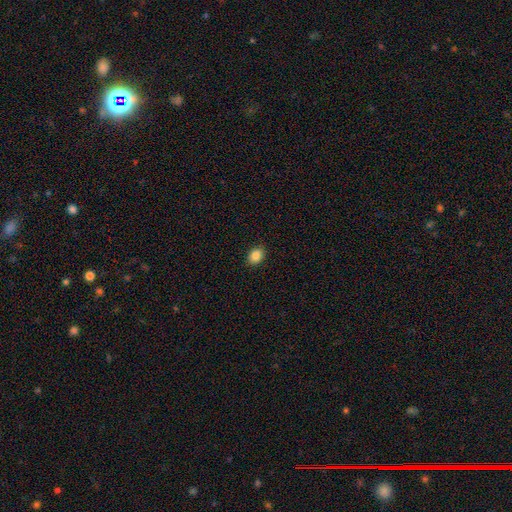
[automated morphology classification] Smooth or featured?
  - smooth: 86% *
  - star or artifact: 9%
  - featured or disk: 5%
How rounded?
  - in between: 68% *
  - round: 31%
  - cigar-shaped: 1%
Merging?
  - none: 90% *
  - minor disturbance: 7%
  - major disturbance: 2%
  - merger: 1%